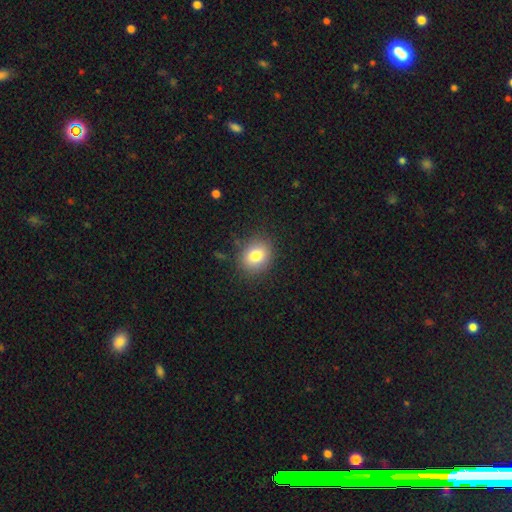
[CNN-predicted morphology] type=smooth (80%); roundness=round (63%); merging=none (86%).